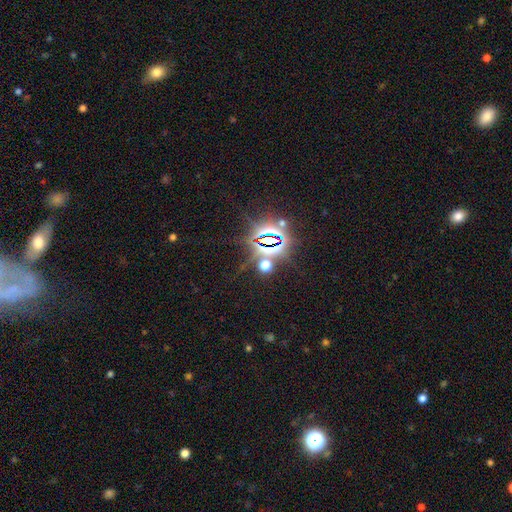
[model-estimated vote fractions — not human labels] This is clearly a star or artifact rather than a galaxy (83%).